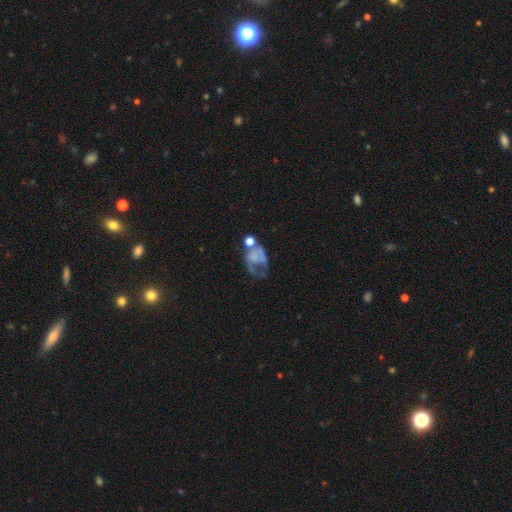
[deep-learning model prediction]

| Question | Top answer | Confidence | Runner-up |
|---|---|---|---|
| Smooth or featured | featured or disk | 46% | smooth (39%) |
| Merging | major disturbance | 41% | none (23%) |